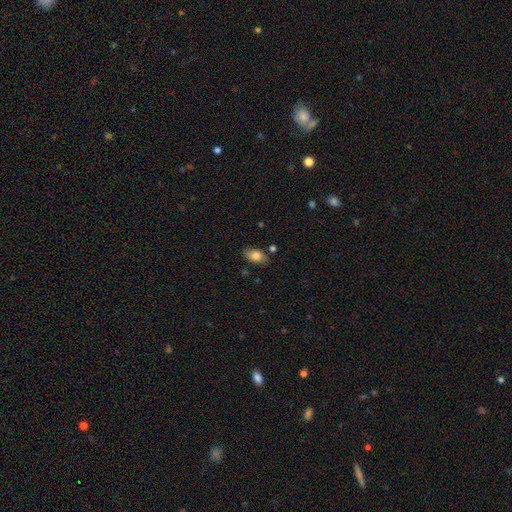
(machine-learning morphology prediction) This is clearly a smooth galaxy (80%). How rounded: clearly in between (90%). Merging: likely none (79%).